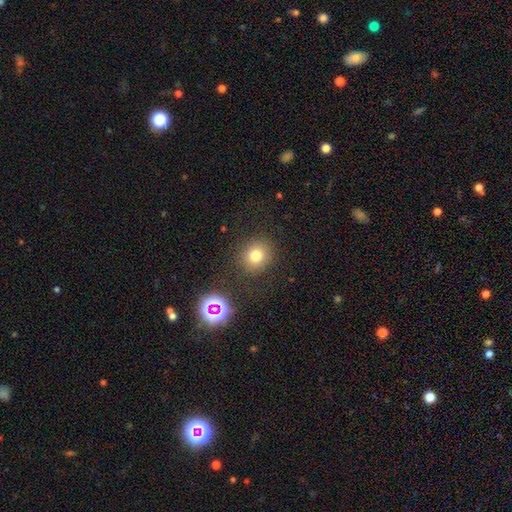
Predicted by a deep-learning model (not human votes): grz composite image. It shows a smooth galaxy with no disk features (76%) that is round (85%). Merging: none (85%).